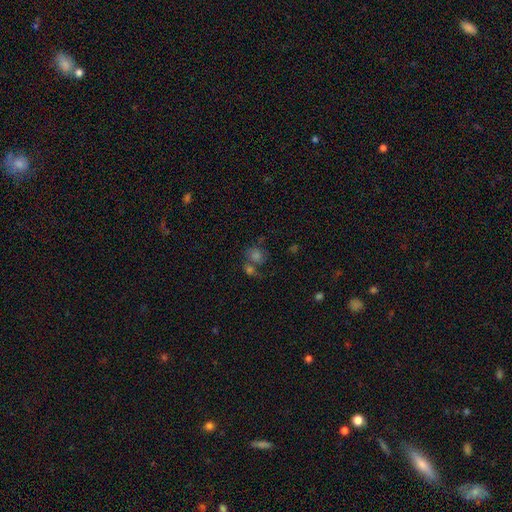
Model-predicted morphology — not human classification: type=smooth (47%); merging=none (49%).